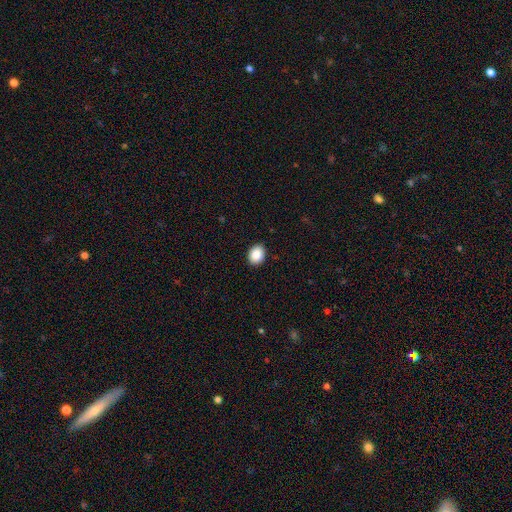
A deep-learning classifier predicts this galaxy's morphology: smooth_or_featured: smooth (p=0.89) [alt: star or artifact p=0.08]
how_rounded: in between (p=0.54) [alt: round p=0.45]
merging: none (p=0.90) [alt: minor disturbance p=0.07]